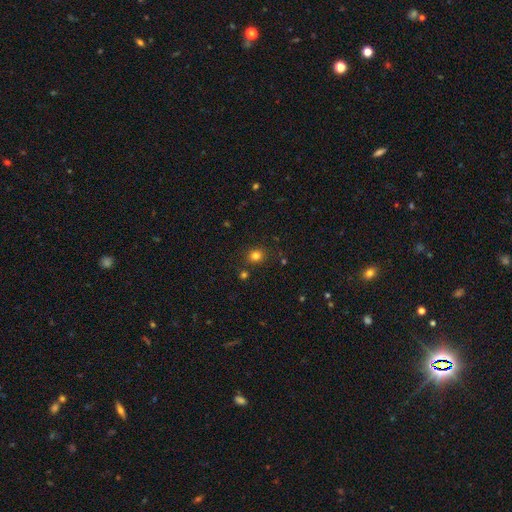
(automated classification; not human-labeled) This is likely a smooth galaxy (80%). How rounded: likely round (76%). Merging: clearly none (83%).